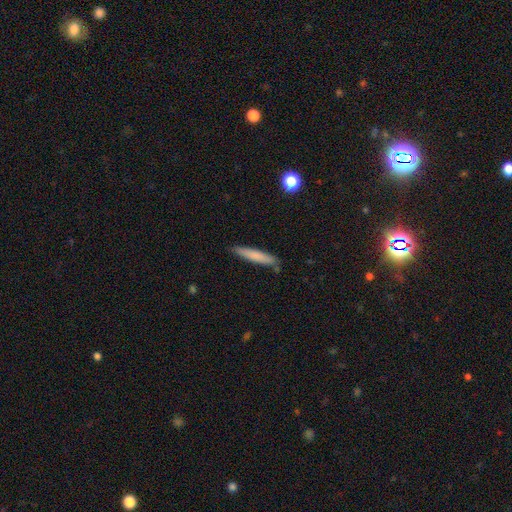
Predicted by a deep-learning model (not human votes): A smooth galaxy with no disk features (75%) that is cigar-shaped (92%).

Vote fractions:
- Smooth or featured? smooth: 75% / featured or disk: 19% / star or artifact: 6%
- How rounded? cigar-shaped: 92% / in between: 7% / round: 1%
- Merging? none: 84% / minor disturbance: 12% / merger: 2% / major disturbance: 2%